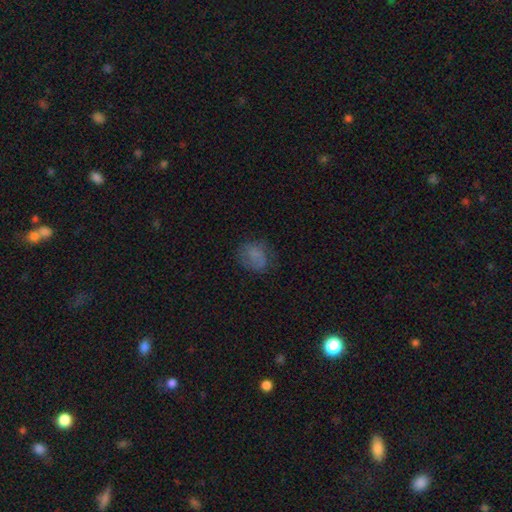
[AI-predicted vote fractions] Smooth or featured: smooth — 66% (featured or disk — 20%)
How rounded: in between — 52% (round — 47%)
Merging: none — 64% (minor disturbance — 23%)